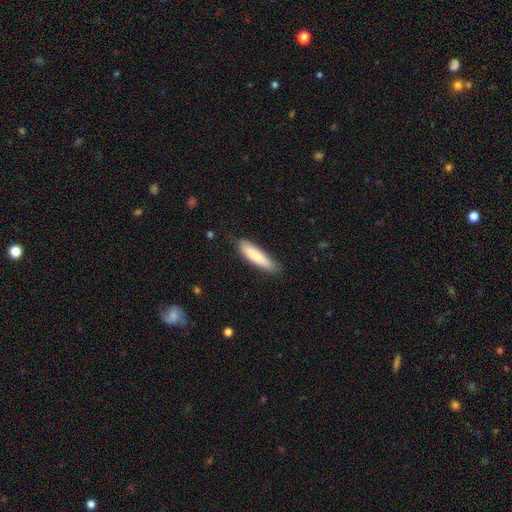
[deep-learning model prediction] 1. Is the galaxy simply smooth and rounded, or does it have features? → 83% smooth, 12% featured or disk, 6% star or artifact.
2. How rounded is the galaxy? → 70% cigar-shaped, 29% in between, 1% round.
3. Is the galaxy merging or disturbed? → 81% none, 16% minor disturbance, 3% major disturbance, 1% merger.